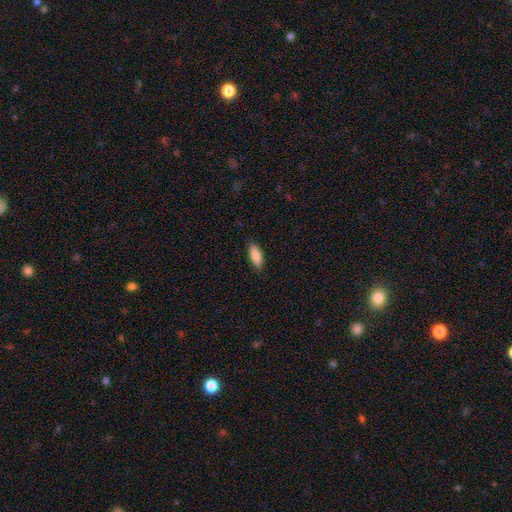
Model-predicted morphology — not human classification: type=smooth (87%); roundness=in between (70%); merging=none (87%).